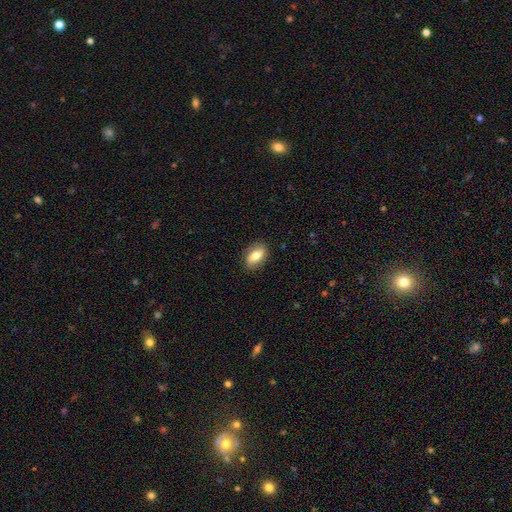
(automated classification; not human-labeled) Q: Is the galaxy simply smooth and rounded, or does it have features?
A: smooth — 66%.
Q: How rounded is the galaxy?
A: in between — 86%.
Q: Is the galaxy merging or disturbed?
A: none — 84%.